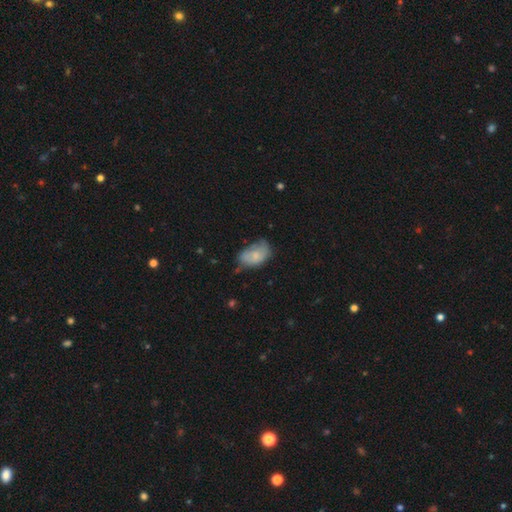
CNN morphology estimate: Smooth or featured?
  - smooth: 70% *
  - featured or disk: 22%
  - star or artifact: 8%
How rounded?
  - in between: 90% *
  - round: 8%
  - cigar-shaped: 1%
Merging?
  - none: 41% *
  - minor disturbance: 39%
  - major disturbance: 15%
  - merger: 5%